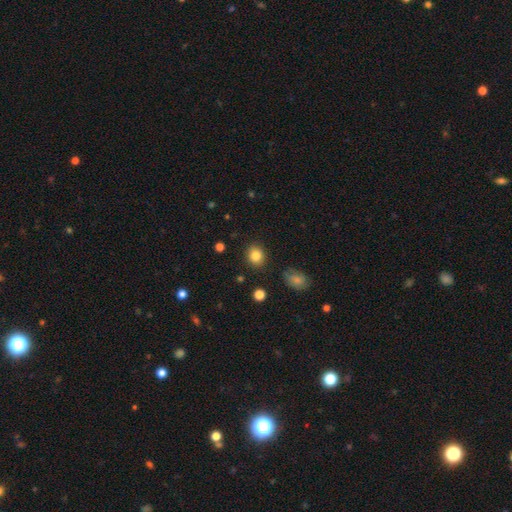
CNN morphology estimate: smooth 85%, star or artifact 10%, featured or disk 5%. Down the decision tree: how rounded — round (72%); merging — none (87%).